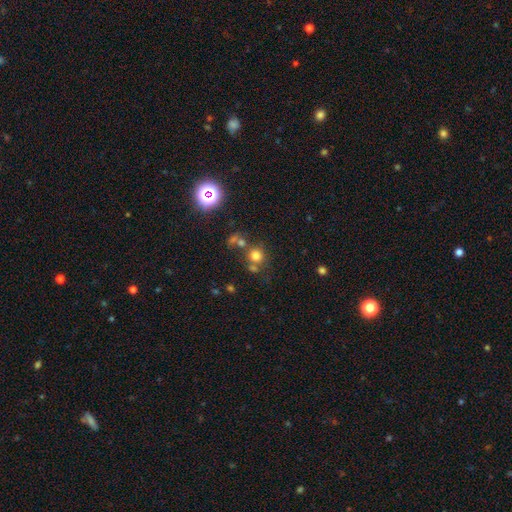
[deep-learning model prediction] Smooth or featured?
  - smooth: 70% *
  - star or artifact: 20%
  - featured or disk: 9%
How rounded?
  - round: 89% *
  - in between: 10%
  - cigar-shaped: 1%
Merging?
  - none: 62% *
  - merger: 23%
  - minor disturbance: 10%
  - major disturbance: 6%